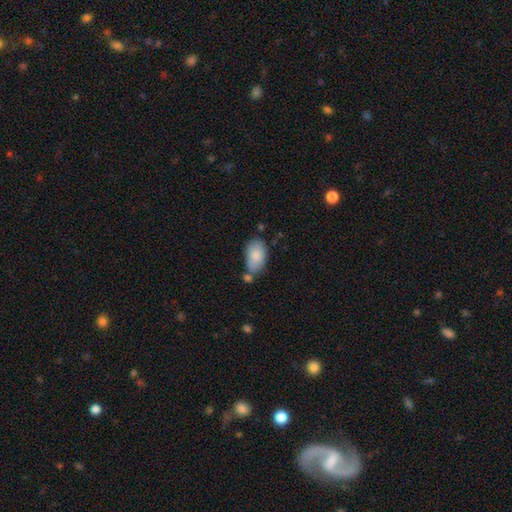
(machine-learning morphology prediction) This is clearly a smooth galaxy (84%). How rounded: clearly in between (94%). Merging: possibly none (57%).